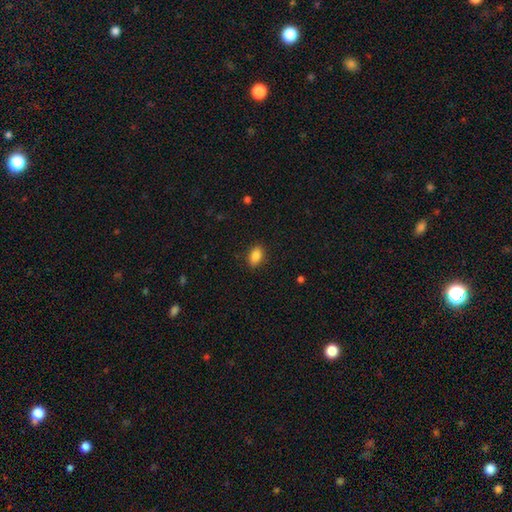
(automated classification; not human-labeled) Smooth or featured? Predicted: smooth (p=0.87). How rounded? Predicted: in between (p=0.89). Merging? Predicted: none (p=0.88).